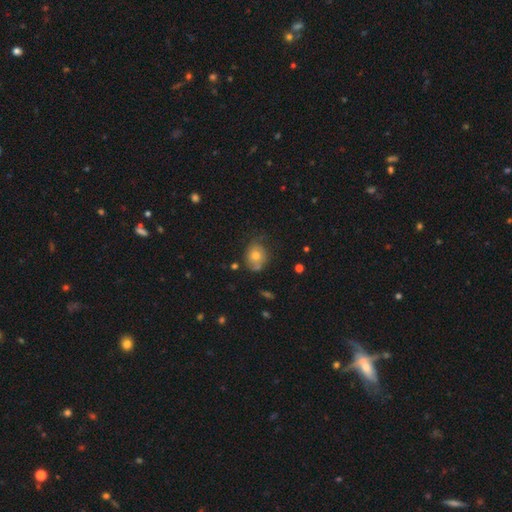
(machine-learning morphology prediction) Overall: smooth (65%). How rounded: round (61%; in between 38%). Merging: none (61%; minor disturbance 26%).